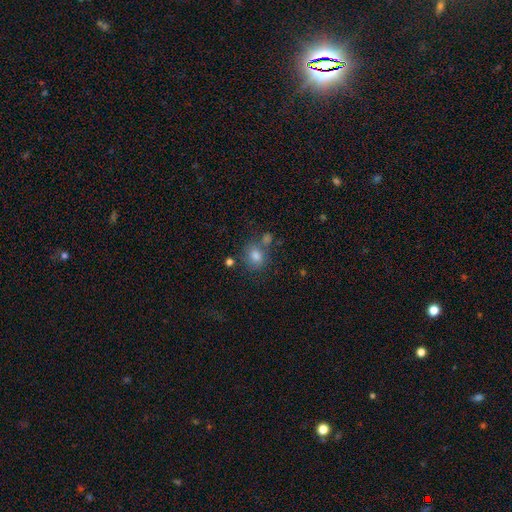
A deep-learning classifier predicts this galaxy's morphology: The model was most divided on "how rounded": round: 67%, in between: 32%, cigar-shaped: 1%. More confident: smooth or featured — smooth (77%); merging — none (66%).